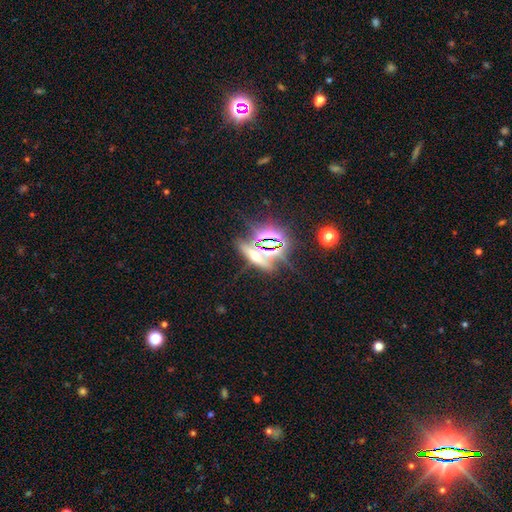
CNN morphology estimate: Smooth or featured? Predicted: star or artifact (p=0.49).